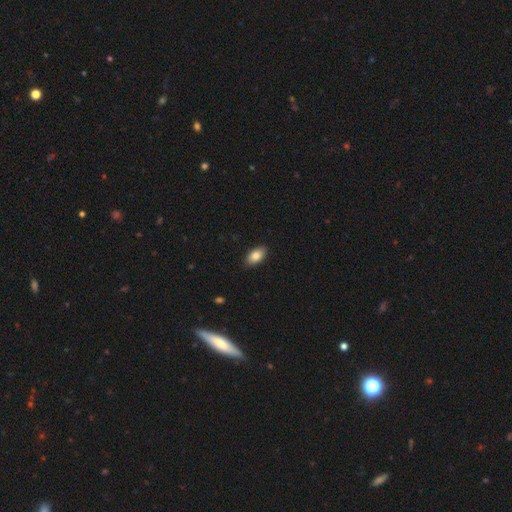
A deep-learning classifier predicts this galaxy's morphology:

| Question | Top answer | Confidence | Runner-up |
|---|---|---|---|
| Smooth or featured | smooth | 84% | featured or disk (9%) |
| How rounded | in between | 93% | round (5%) |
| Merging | none | 89% | minor disturbance (8%) |